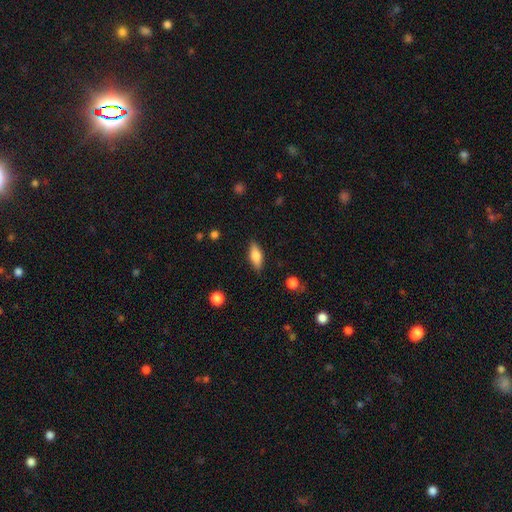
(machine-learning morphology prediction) Smooth or featured? smooth (72%)
How rounded? in between (76%)
Merging? none (85%)